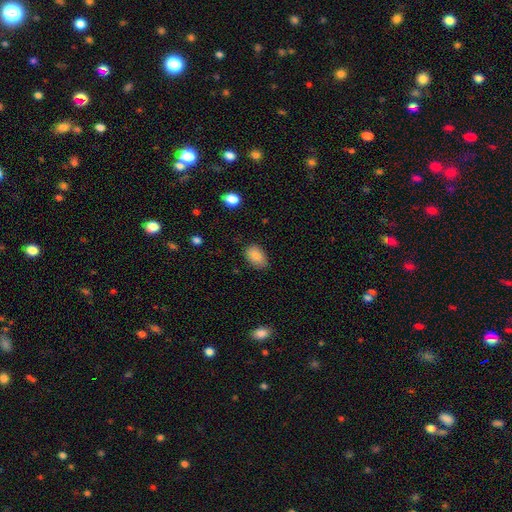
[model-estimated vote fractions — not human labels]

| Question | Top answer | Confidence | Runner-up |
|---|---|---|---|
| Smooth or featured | smooth | 86% | star or artifact (8%) |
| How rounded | in between | 87% | round (12%) |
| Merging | none | 76% | minor disturbance (19%) |